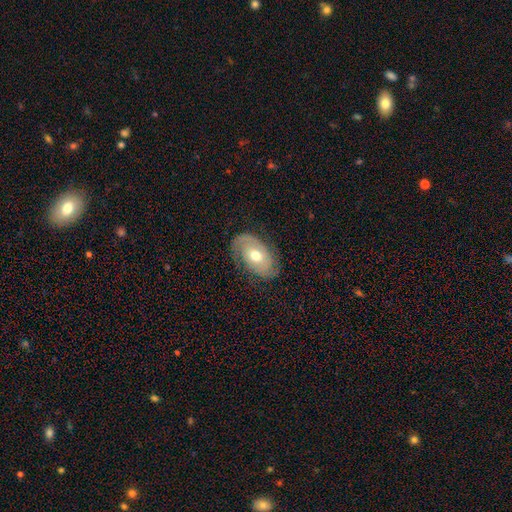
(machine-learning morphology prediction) This appears to be a featured or disk galaxy (66%) with no bar (72%), spiral arms (80%) and a moderate central bulge (74%). Merging: none (76%).